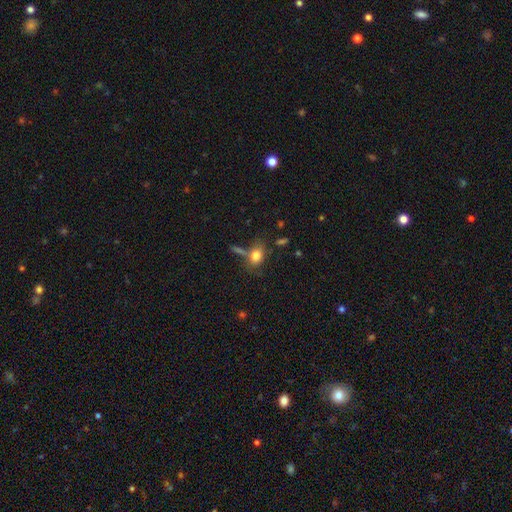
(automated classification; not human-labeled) smooth_or_featured: smooth (p=0.79) [alt: featured or disk p=0.10]
how_rounded: in between (p=0.67) [alt: round p=0.30]
merging: none (p=0.58) [alt: minor disturbance p=0.18]